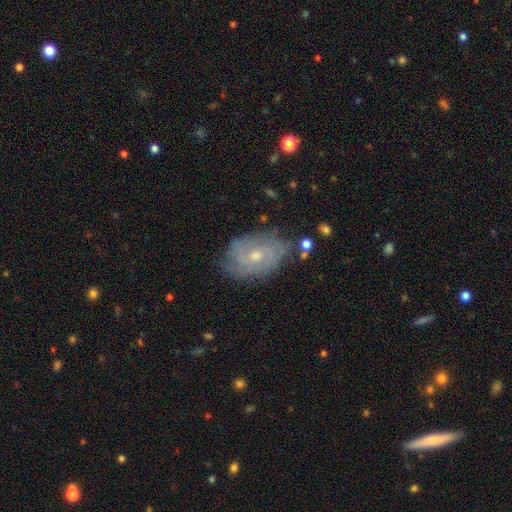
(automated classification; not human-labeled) Q: Smooth or featured?
A: featured or disk (67%); runner-up: smooth (24%)
Q: Edge-on disk?
A: no (95%); runner-up: yes (5%)
Q: Bar?
A: no (68%); runner-up: weak (28%)
Q: Spiral arms?
A: yes (83%); runner-up: no (17%)
Q: Spiral winding?
A: tight (56%); runner-up: medium (31%)
Q: Spiral arm count?
A: can't tell (49%); runner-up: 2 (22%)
Q: Bulge size?
A: small (49%); runner-up: moderate (47%)
Q: Merging?
A: none (71%); runner-up: minor disturbance (21%)